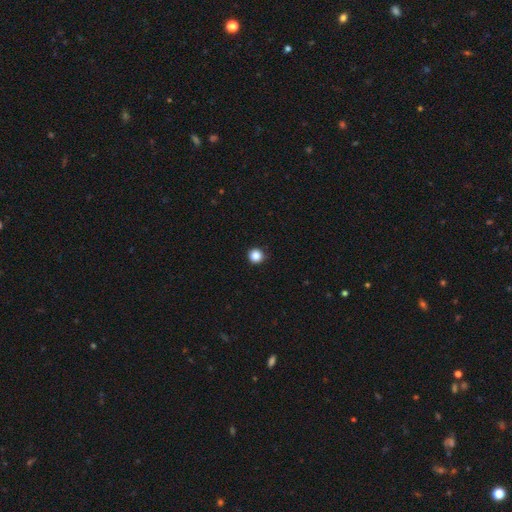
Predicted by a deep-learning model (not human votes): This is clearly a smooth galaxy (86%). How rounded: clearly round (96%). Merging: clearly none (92%).